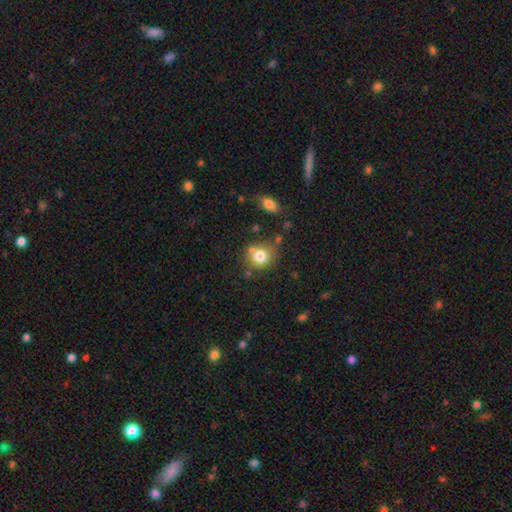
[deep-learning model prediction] A smooth galaxy with no disk features (79%) that is round (82%). Merging: none (64%).